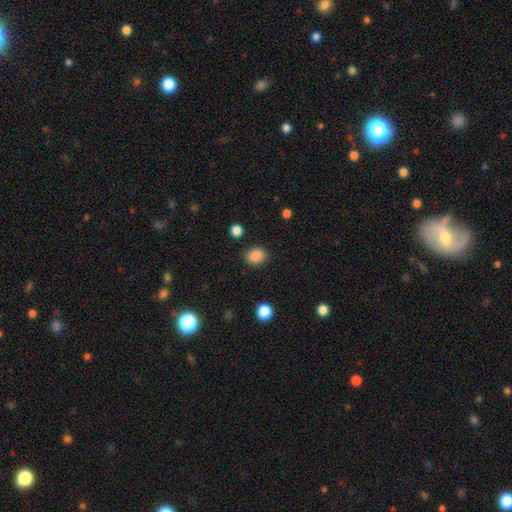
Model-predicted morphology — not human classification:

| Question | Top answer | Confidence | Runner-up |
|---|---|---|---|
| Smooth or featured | smooth | 88% | star or artifact (9%) |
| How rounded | in between | 59% | round (40%) |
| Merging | none | 87% | minor disturbance (9%) |